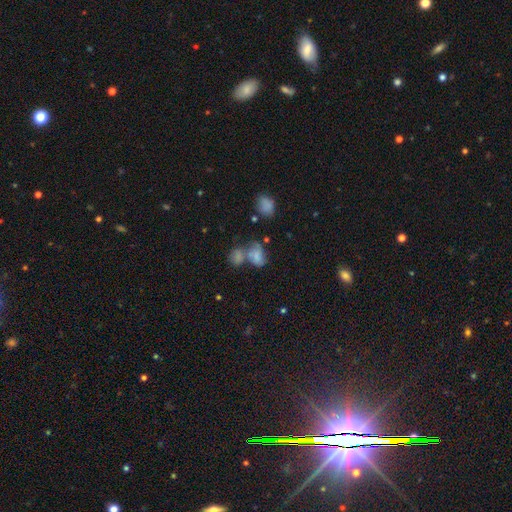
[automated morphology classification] The model was most divided on "merging": merger: 56%, none: 22%, minor disturbance: 12%, major disturbance: 10%. More confident: how rounded — in between (76%); smooth or featured — smooth (66%).